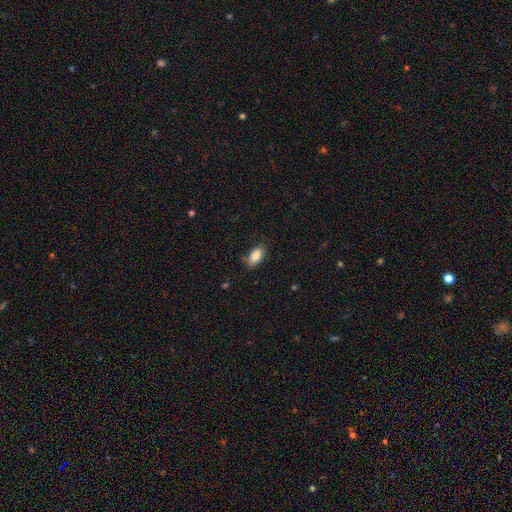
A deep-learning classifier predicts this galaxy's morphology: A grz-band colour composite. It shows a smooth galaxy with no disk features (86%) that is in between round and cigar-shaped (91%). Merging: none (75%).